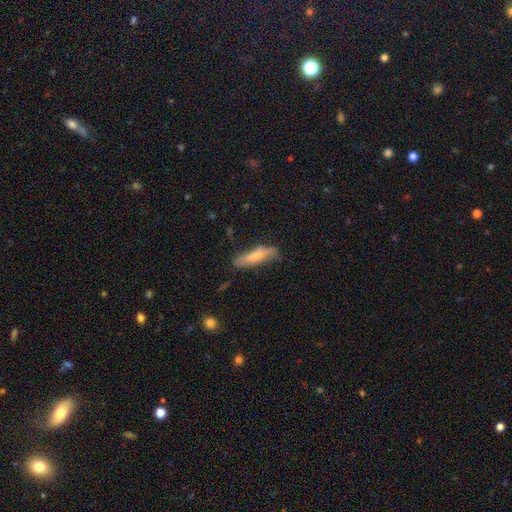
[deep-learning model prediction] smooth-or-featured: smooth: 57% | featured or disk: 36% | star or artifact: 7%
  how-rounded: cigar-shaped: 73% | in between: 25% | round: 2%
  merging: none: 75% | minor disturbance: 19% | major disturbance: 4% | merger: 2%